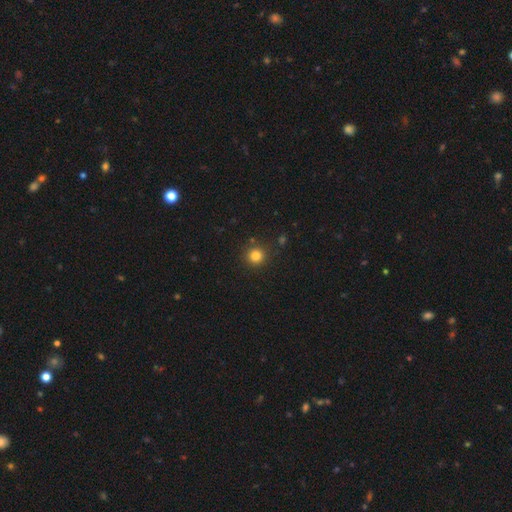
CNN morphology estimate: A smooth galaxy with no disk features (83%) that is round (93%). Merging: none (87%).